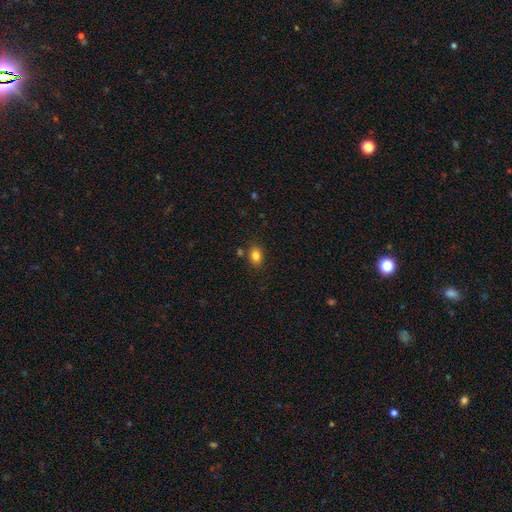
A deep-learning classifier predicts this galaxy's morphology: A smooth galaxy with no disk features (84%) that is in between round and cigar-shaped (72%). Merging: none (80%).